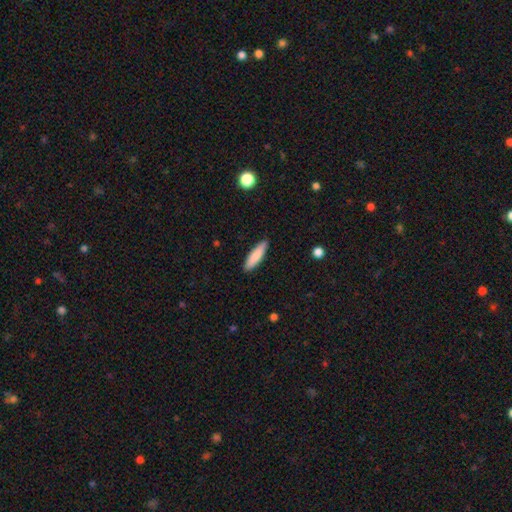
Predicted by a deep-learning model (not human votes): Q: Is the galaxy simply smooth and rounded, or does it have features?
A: smooth — 85%.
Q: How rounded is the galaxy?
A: cigar-shaped — 71%.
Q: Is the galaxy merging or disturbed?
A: none — 89%.